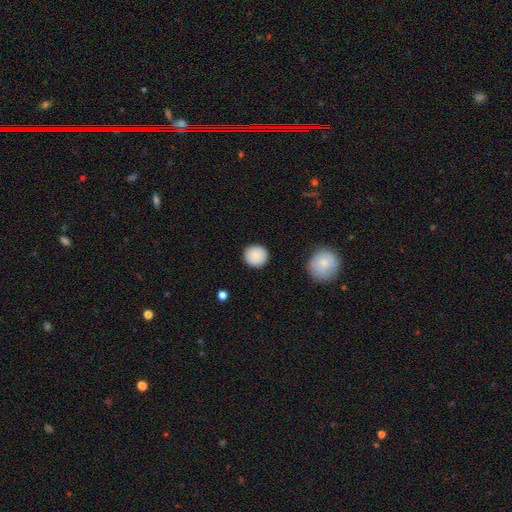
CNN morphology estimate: smooth_or_featured: smooth (p=0.89) [alt: star or artifact p=0.07]
how_rounded: round (p=0.93) [alt: in between p=0.06]
merging: none (p=0.91) [alt: minor disturbance p=0.06]